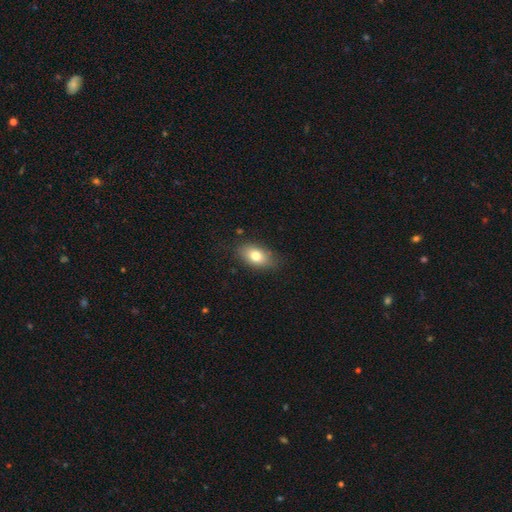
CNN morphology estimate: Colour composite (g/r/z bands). It shows a smooth galaxy with no disk features (77%) that is in between round and cigar-shaped (87%). Merging: none (82%).